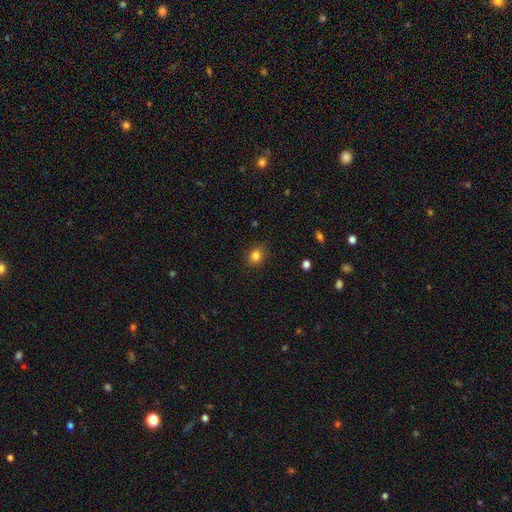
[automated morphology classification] This appears to be a smooth galaxy with no disk features (83%) that is round (61%). Merging: none (84%).